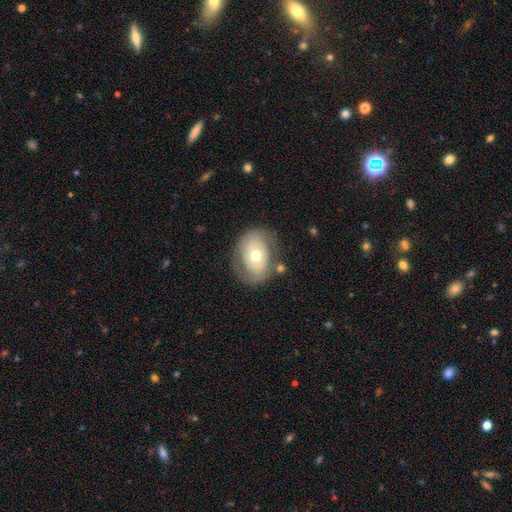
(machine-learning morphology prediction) Smooth or featured? featured or disk (50%)
Edge-on disk? no (94%)
Merging? none (69%)